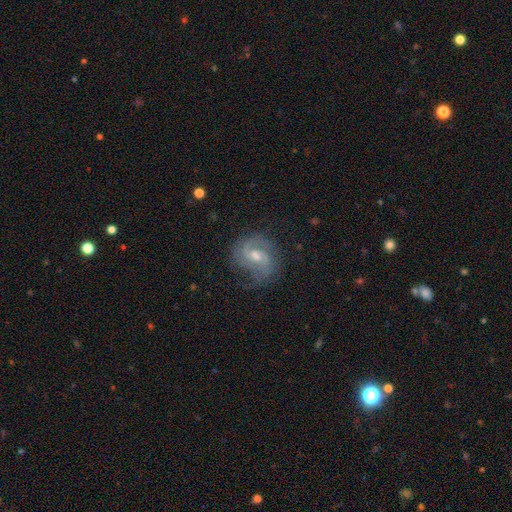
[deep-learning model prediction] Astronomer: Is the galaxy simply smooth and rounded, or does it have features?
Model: featured or disk — 82%.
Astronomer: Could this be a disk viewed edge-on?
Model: no — 97%.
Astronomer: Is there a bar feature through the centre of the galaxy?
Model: weak — 54% (runner-up: no, 30%).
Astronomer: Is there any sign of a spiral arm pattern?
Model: yes — 95%.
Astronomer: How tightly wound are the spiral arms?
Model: medium — 50% (runner-up: tight, 30%).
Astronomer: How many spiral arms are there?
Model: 2 — 70%.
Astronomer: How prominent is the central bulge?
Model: moderate — 57% (runner-up: small, 35%).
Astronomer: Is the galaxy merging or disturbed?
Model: none — 70%.